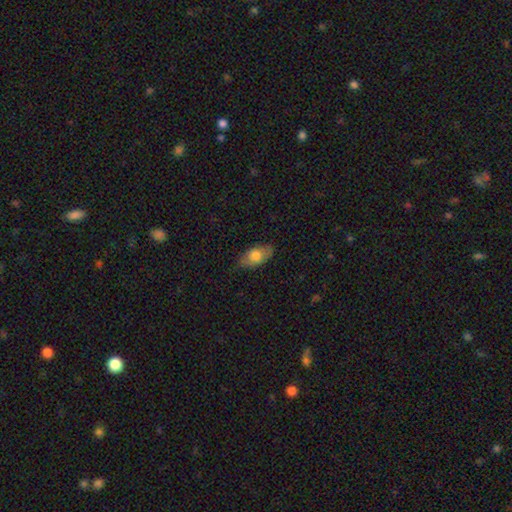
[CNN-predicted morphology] type=smooth (72%); roundness=in between (90%); merging=none (81%).